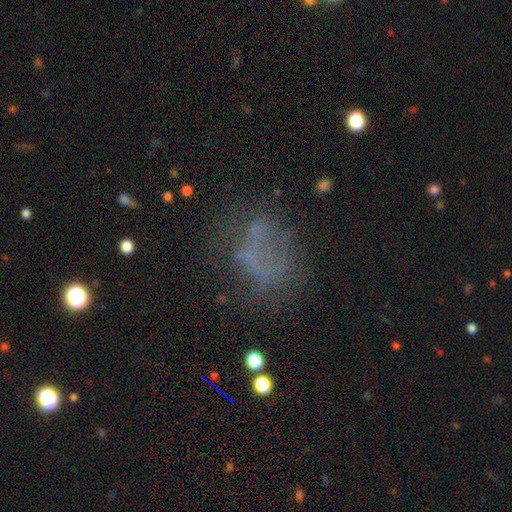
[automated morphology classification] The model was most divided on "smooth or featured": smooth: 38%, featured or disk: 37%, star or artifact: 25%. Remaining: merging — none (49%).